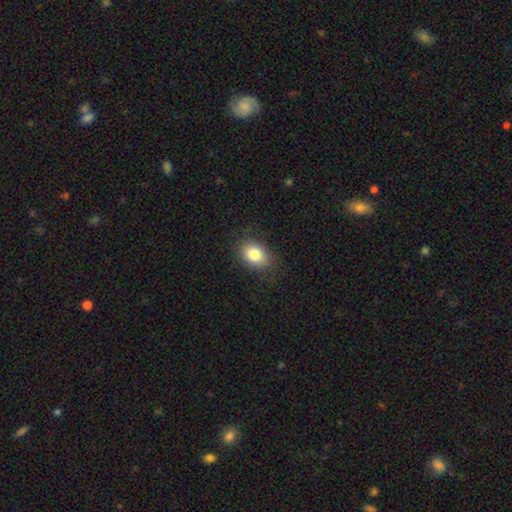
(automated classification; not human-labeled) smooth_or_featured: smooth (p=0.83) [alt: star or artifact p=0.10]
how_rounded: in between (p=0.75) [alt: round p=0.23]
merging: none (p=0.85) [alt: minor disturbance p=0.11]